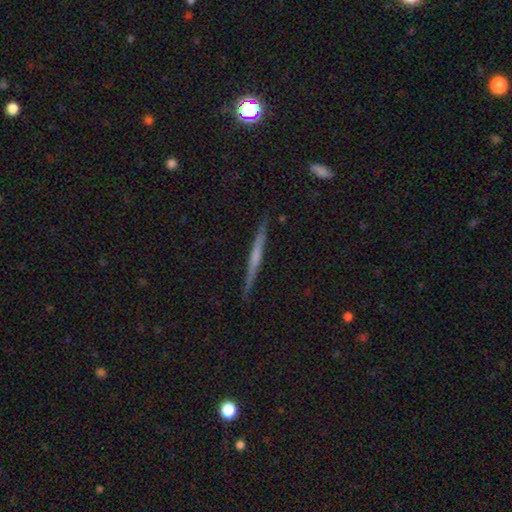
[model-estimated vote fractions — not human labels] Morphology: type=featured or disk (60%); edge-on=yes (98%); edge-on bulge=none (69%); merging=none (90%).